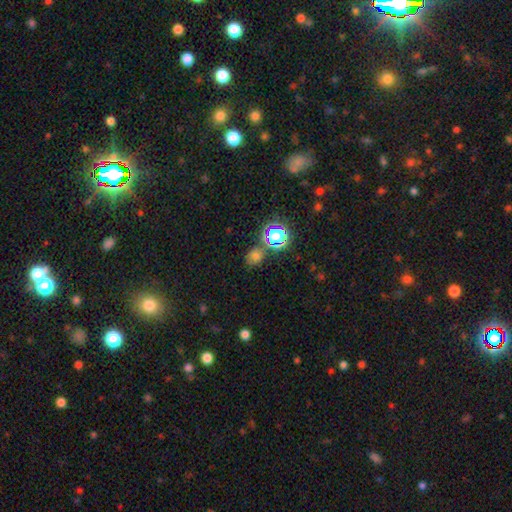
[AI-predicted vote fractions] Morphology: type=smooth (59%); roundness=round (62%); merging=none (68%).